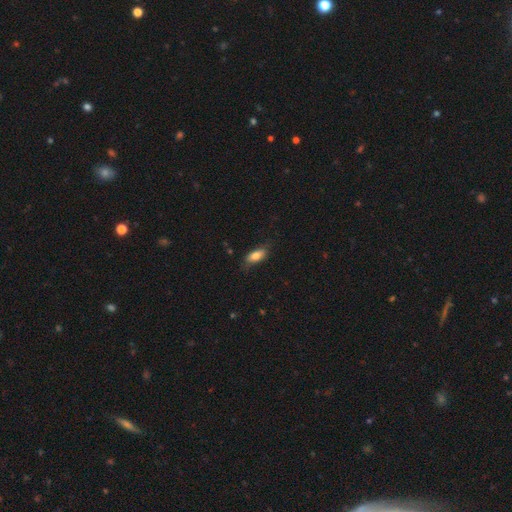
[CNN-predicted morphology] A smooth galaxy with no disk features (80%) that is in between round and cigar-shaped (84%). Merging: none (76%).